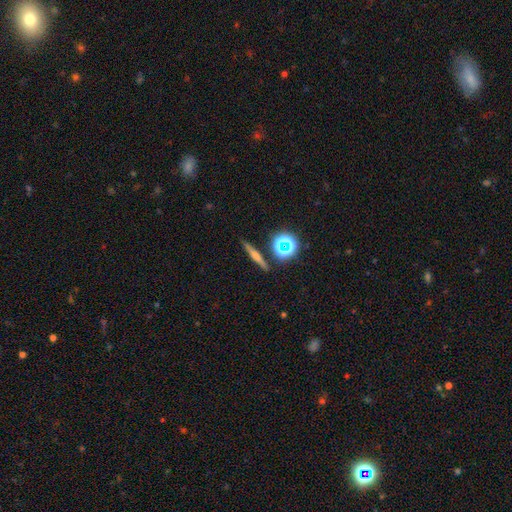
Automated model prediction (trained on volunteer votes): featured or disk 48%, smooth 35%, star or artifact 18%. Down the decision tree: merging — none (87%).